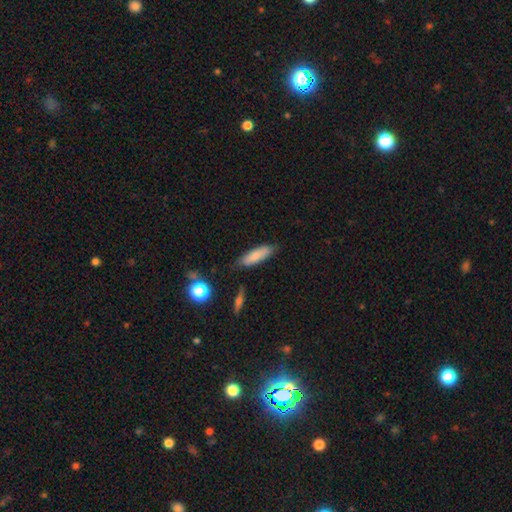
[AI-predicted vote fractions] The model was most divided on "how rounded": cigar-shaped: 53%, in between: 45%, round: 2%. More confident: smooth or featured — smooth (79%); merging — none (76%).